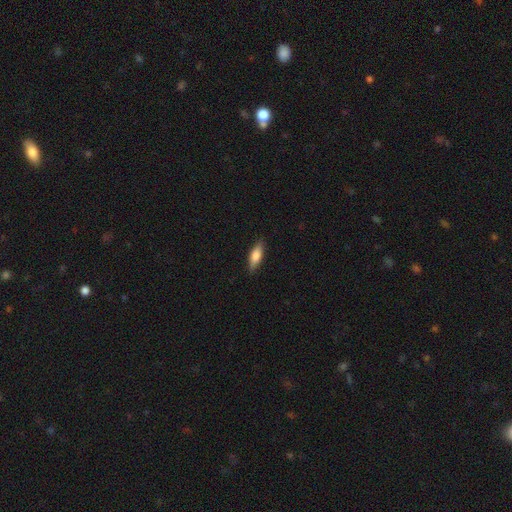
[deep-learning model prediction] Smooth or featured?
  - smooth: 70% *
  - featured or disk: 24%
  - star or artifact: 6%
How rounded?
  - in between: 58% *
  - cigar-shaped: 40%
  - round: 3%
Merging?
  - none: 87% *
  - minor disturbance: 10%
  - major disturbance: 2%
  - merger: 1%